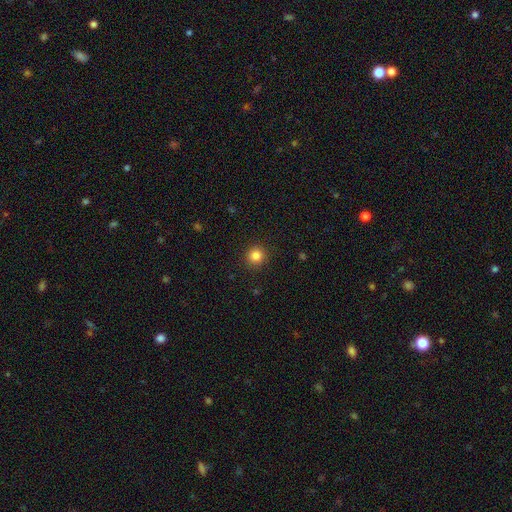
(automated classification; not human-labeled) This is clearly a smooth galaxy (84%). How rounded: clearly round (93%). Merging: clearly none (91%).